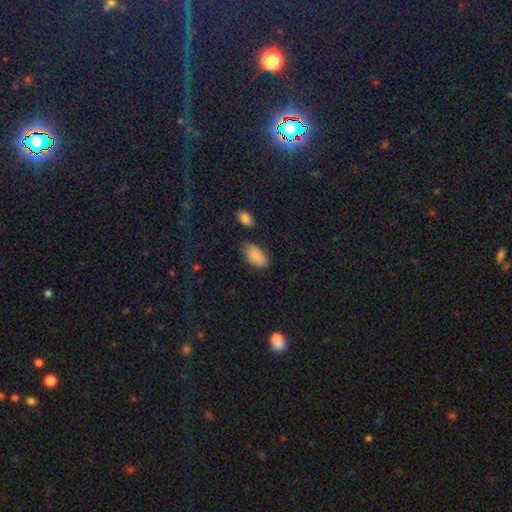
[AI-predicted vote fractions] smooth 85%, star or artifact 8%, featured or disk 7%. Down the decision tree: how rounded — in between (95%); merging — none (70%).